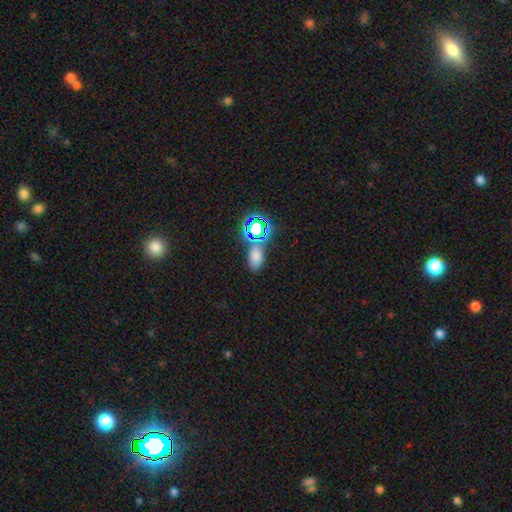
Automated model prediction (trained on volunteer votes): This appears to be a smooth galaxy with no disk features (64%) that is in between round and cigar-shaped (87%). Merging: none (74%).